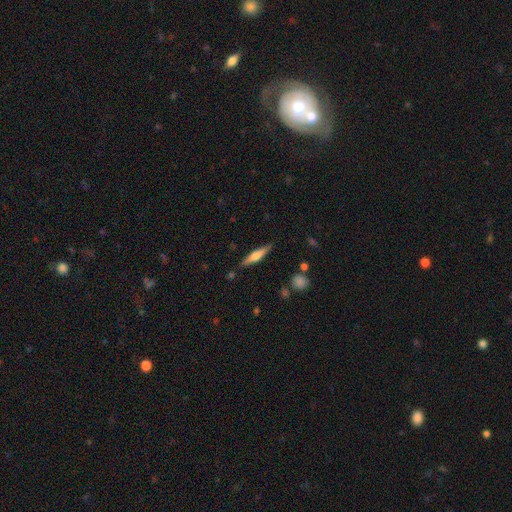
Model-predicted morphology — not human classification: Smooth or featured?
  - featured or disk: 51% *
  - smooth: 43%
  - star or artifact: 6%
Edge-on disk?
  - yes: 96% *
  - no: 4%
Merging?
  - none: 86% *
  - minor disturbance: 10%
  - major disturbance: 2%
  - merger: 2%